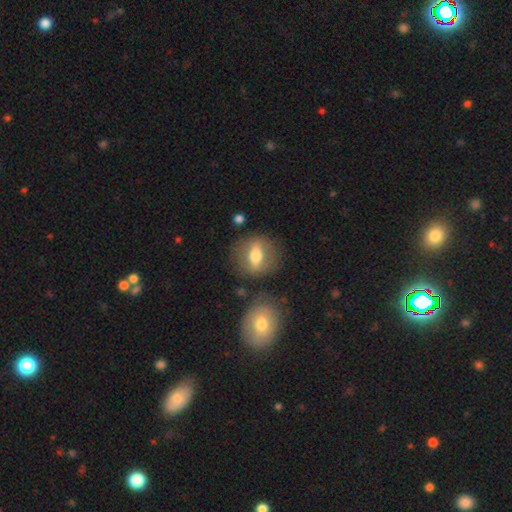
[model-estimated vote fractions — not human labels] Q: Smooth or featured?
A: featured or disk (49%); runner-up: smooth (43%)
Q: Merging?
A: none (77%); runner-up: minor disturbance (12%)